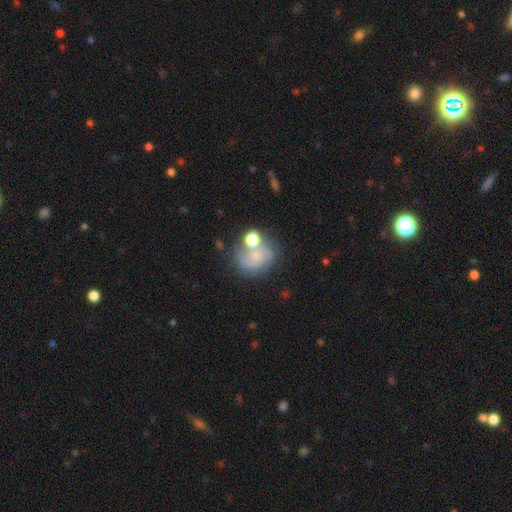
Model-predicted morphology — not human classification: Smooth or featured? Predicted: smooth (p=0.46). Merging? Predicted: none (p=0.42).